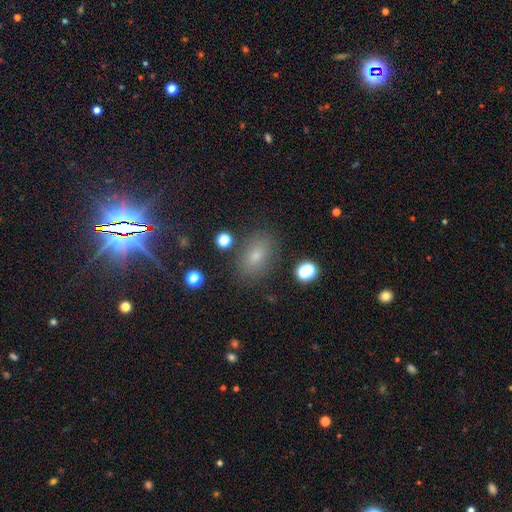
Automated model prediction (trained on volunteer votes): Morphology: type=smooth (71%); roundness=in between (83%); merging=none (83%).